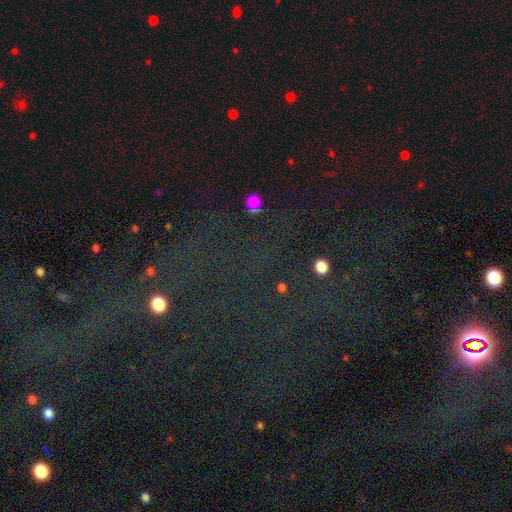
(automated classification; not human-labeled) Smooth or featured? Predicted: star or artifact (p=0.76).